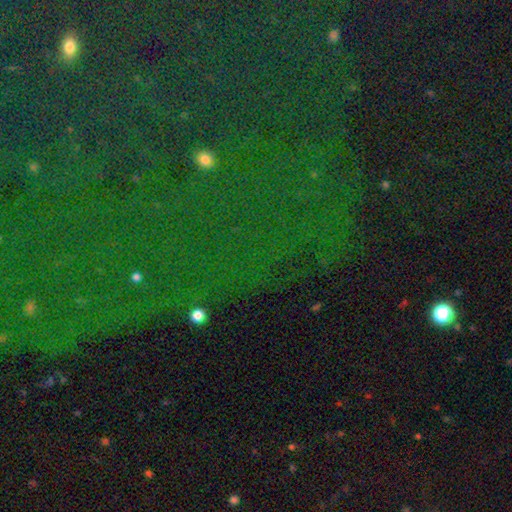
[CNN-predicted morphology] smooth_or_featured: star or artifact (p=0.82) [alt: smooth p=0.10]